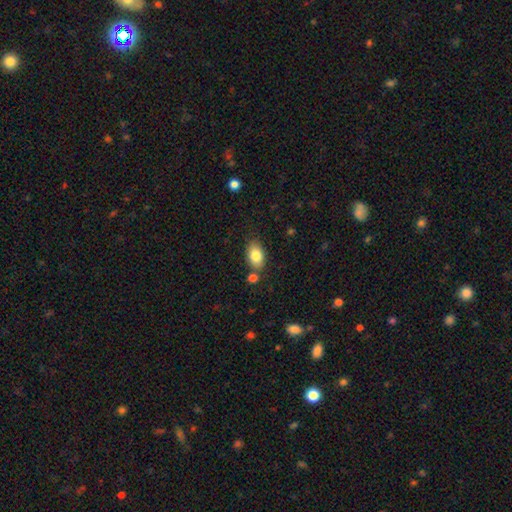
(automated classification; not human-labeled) smooth-or-featured: smooth: 82% | featured or disk: 11% | star or artifact: 8%
  how-rounded: in between: 90% | round: 8% | cigar-shaped: 2%
  merging: none: 75% | minor disturbance: 13% | merger: 8% | major disturbance: 3%